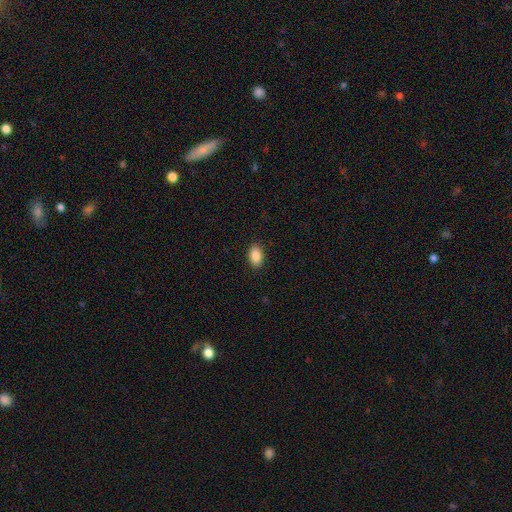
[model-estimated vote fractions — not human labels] Overall: smooth (87%). How rounded: in between (91%). Merging: none (89%).